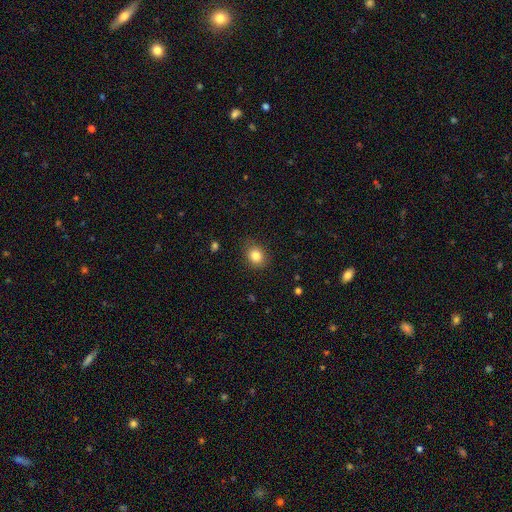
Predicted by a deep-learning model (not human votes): A smooth galaxy with no disk features (84%) that is round (62%). Merging: none (84%).